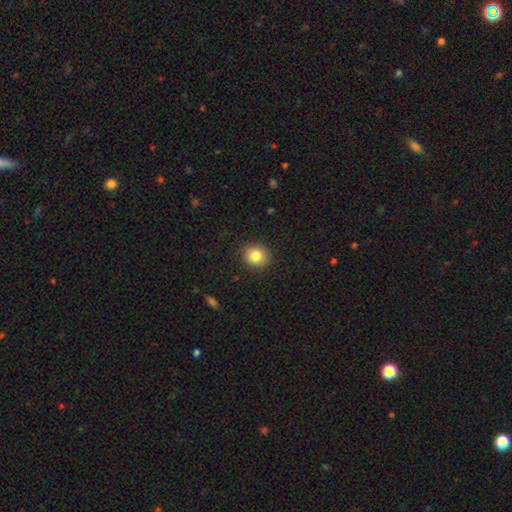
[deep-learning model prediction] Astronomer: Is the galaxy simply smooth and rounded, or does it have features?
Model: smooth — 84%.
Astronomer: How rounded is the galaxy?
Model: round — 83%.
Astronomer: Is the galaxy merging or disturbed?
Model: none — 91%.